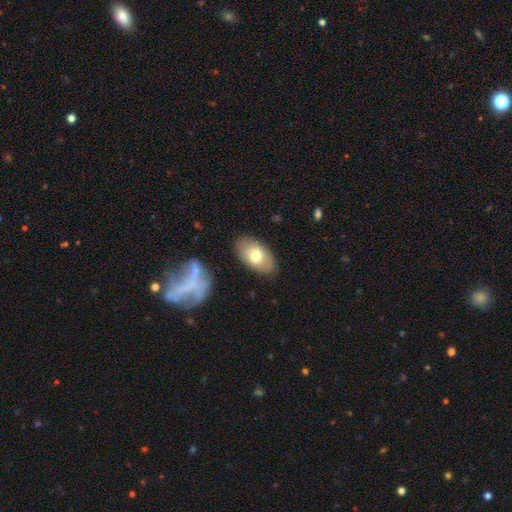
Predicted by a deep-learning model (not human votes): A smooth galaxy with no disk features (70%) that is in between round and cigar-shaped (93%).

Vote fractions:
- Smooth or featured? smooth: 70% / featured or disk: 24% / star or artifact: 6%
- How rounded? in between: 93% / round: 5% / cigar-shaped: 2%
- Merging? none: 84% / minor disturbance: 11% / major disturbance: 3% / merger: 2%